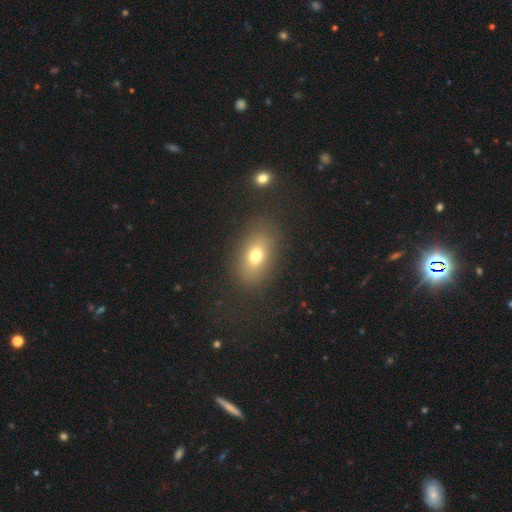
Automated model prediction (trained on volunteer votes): Q: Smooth or featured?
A: smooth (72%); runner-up: featured or disk (15%)
Q: How rounded?
A: in between (81%); runner-up: round (17%)
Q: Merging?
A: none (83%); runner-up: minor disturbance (10%)